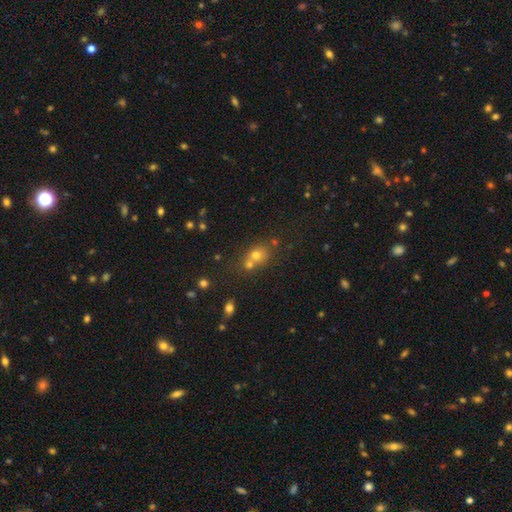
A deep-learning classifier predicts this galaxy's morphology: Smooth or featured?
  - smooth: 62% *
  - star or artifact: 24%
  - featured or disk: 14%
How rounded?
  - round: 73% *
  - in between: 26%
  - cigar-shaped: 1%
Merging?
  - none: 47% *
  - merger: 42%
  - minor disturbance: 8%
  - major disturbance: 3%